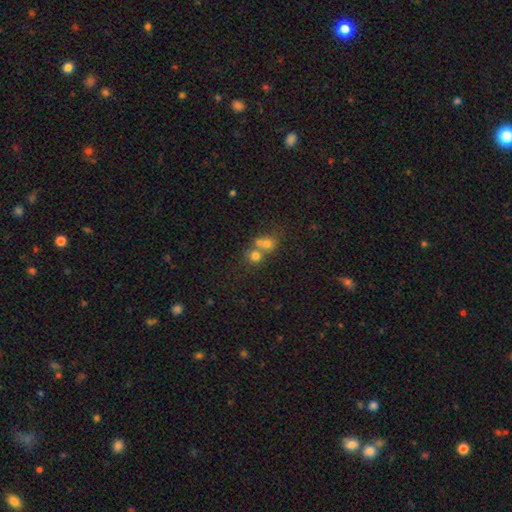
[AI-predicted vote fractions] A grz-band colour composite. It shows a smooth galaxy with no disk features (68%) that is round (83%). Merging: merger (55%).